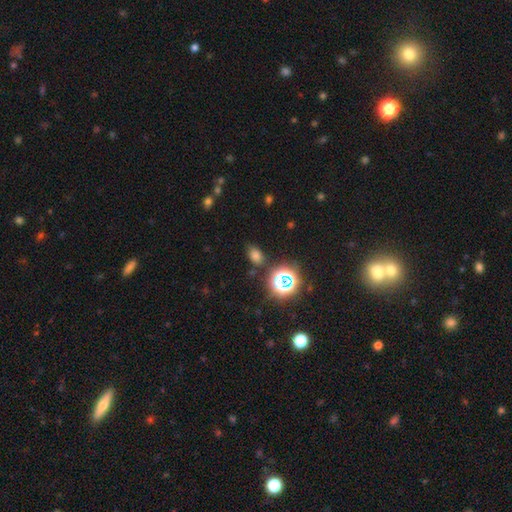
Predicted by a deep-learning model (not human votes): A smooth galaxy with no disk features (67%) that is in between round and cigar-shaped (75%).

Vote fractions:
- Smooth or featured? smooth: 67% / star or artifact: 27% / featured or disk: 6%
- How rounded? in between: 75% / round: 23% / cigar-shaped: 2%
- Merging? none: 79% / minor disturbance: 13% / major disturbance: 4% / merger: 4%